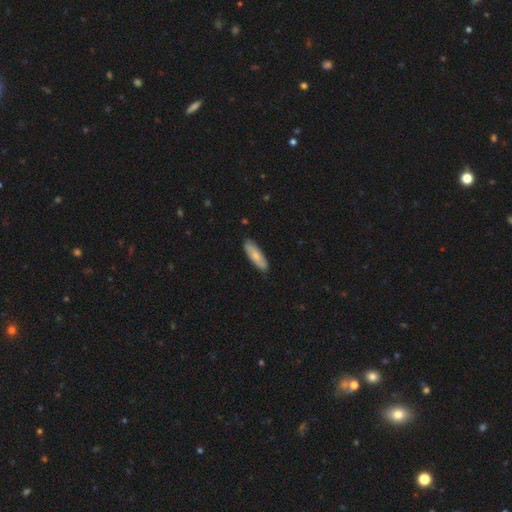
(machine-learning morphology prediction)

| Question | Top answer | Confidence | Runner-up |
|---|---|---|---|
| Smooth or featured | smooth | 71% | featured or disk (23%) |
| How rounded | in between | 51% | cigar-shaped (47%) |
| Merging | none | 86% | minor disturbance (11%) |